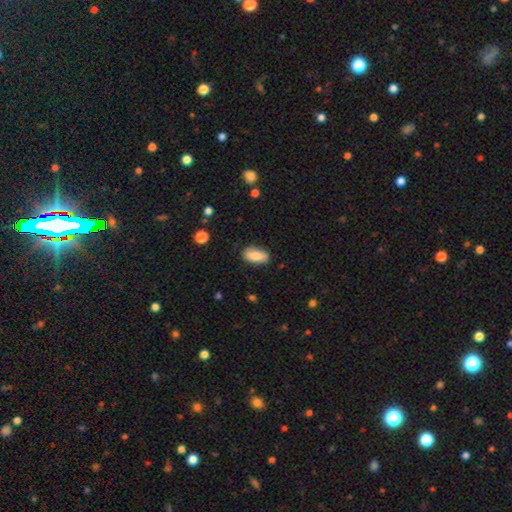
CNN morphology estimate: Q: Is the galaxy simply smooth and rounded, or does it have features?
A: smooth — 82%.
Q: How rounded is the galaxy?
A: in between — 90%.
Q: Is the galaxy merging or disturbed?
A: none — 81%.